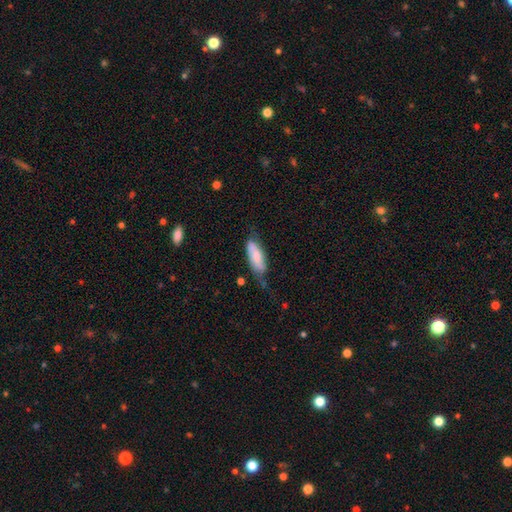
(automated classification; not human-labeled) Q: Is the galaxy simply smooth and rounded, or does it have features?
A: smooth — 66%.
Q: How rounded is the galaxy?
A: in between — 69%.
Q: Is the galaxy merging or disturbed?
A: none — 44%.